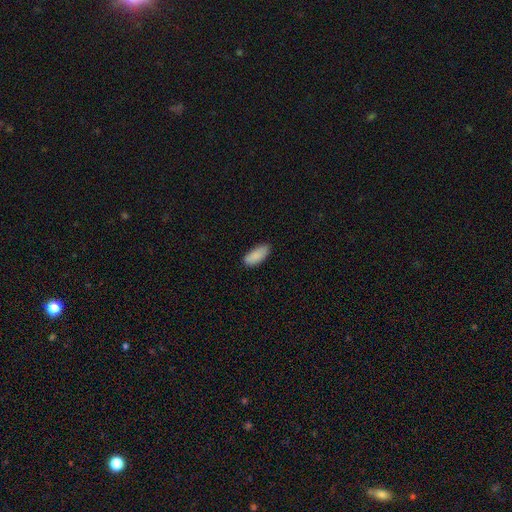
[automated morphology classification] smooth 89%, star or artifact 7%, featured or disk 4%. Down the decision tree: how rounded — in between (83%); merging — none (79%).